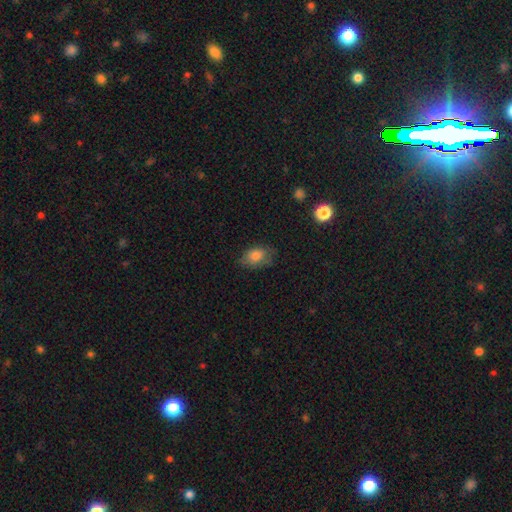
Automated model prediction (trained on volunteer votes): Smooth or featured?
  - smooth: 80% *
  - featured or disk: 11%
  - star or artifact: 9%
How rounded?
  - in between: 83% *
  - round: 15%
  - cigar-shaped: 2%
Merging?
  - none: 64% *
  - minor disturbance: 27%
  - major disturbance: 8%
  - merger: 1%